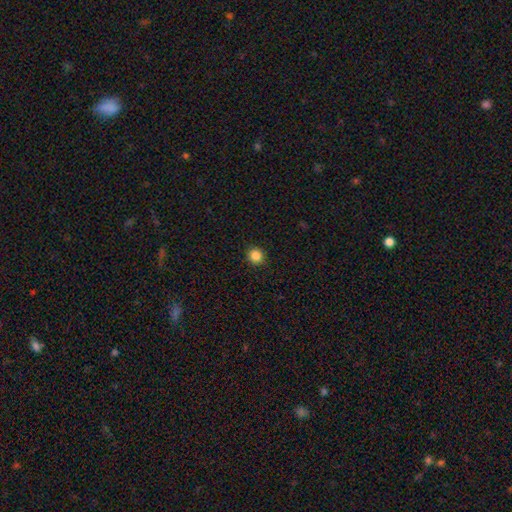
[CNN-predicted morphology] This appears to be a smooth galaxy with no disk features (85%) that is round (94%). Merging: none (92%).